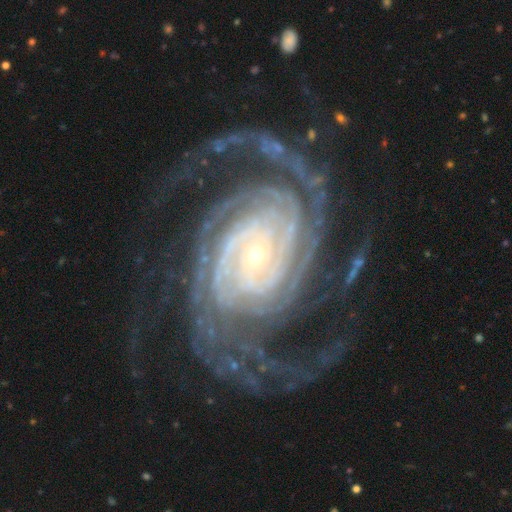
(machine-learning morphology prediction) This appears to be a featured or disk galaxy (93%) with no bar (56%), 2 (34%) tight (69%) spiral arms (99%) and a small central bulge (82%). Merging: none (70%).